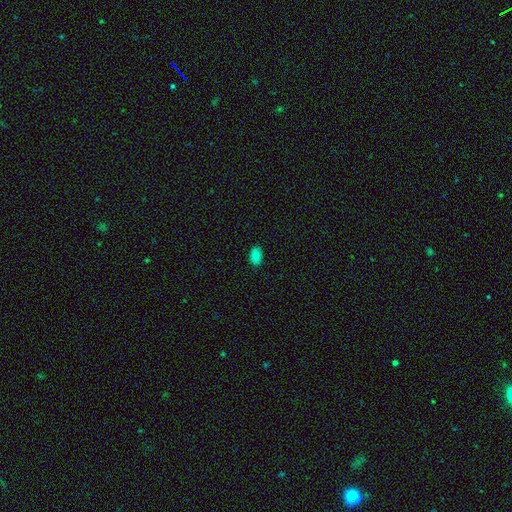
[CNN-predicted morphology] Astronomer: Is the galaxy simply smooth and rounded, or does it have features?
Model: smooth — 79%.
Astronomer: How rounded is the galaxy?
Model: in between — 87%.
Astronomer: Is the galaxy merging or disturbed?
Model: none — 88%.